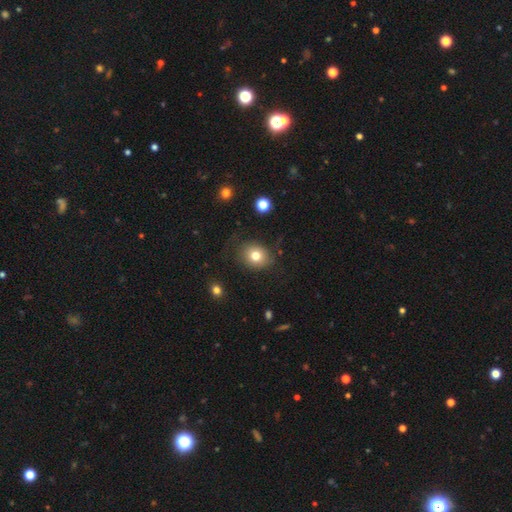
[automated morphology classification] This appears to be a smooth galaxy with no disk features (76%) that is round (64%). Merging: none (75%).